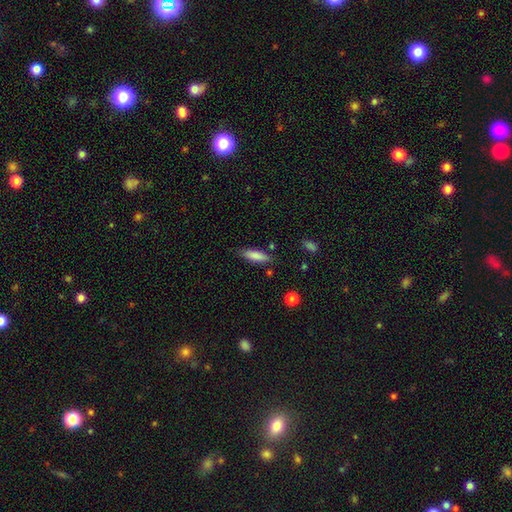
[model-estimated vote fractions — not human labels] The model was most divided on "how rounded": cigar-shaped: 57%, in between: 41%, round: 2%. More confident: smooth or featured — smooth (83%); merging — none (80%).